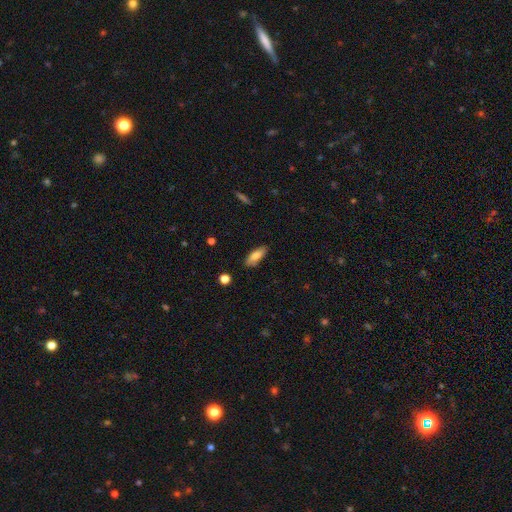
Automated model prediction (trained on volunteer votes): Smooth or featured?
  - smooth: 76% *
  - featured or disk: 17%
  - star or artifact: 7%
How rounded?
  - in between: 66% *
  - cigar-shaped: 32%
  - round: 2%
Merging?
  - none: 82% *
  - minor disturbance: 14%
  - major disturbance: 2%
  - merger: 2%